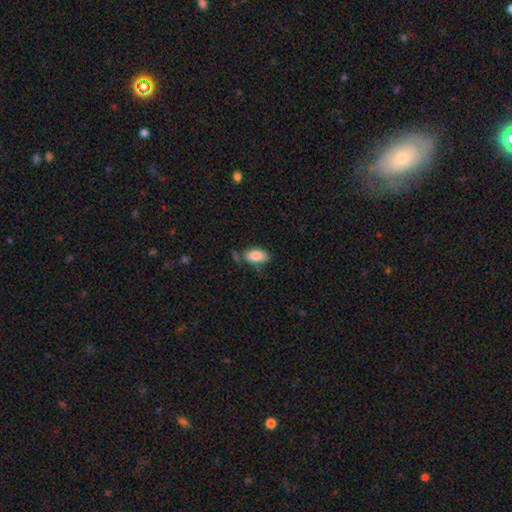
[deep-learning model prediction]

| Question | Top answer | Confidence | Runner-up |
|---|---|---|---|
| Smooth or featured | smooth | 85% | featured or disk (8%) |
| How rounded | in between | 93% | round (4%) |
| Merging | none | 61% | minor disturbance (24%) |